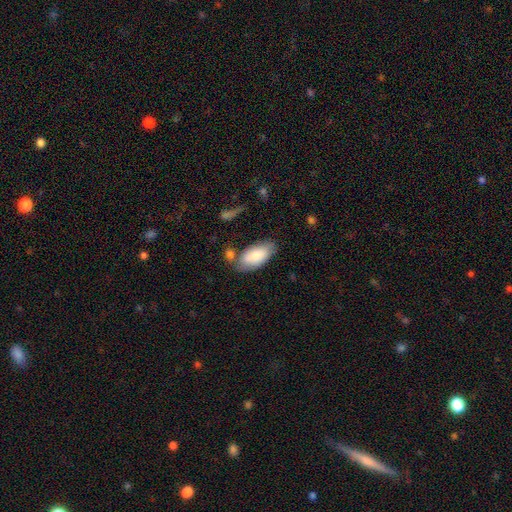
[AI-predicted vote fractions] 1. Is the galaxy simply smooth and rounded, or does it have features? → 76% smooth, 18% featured or disk, 6% star or artifact.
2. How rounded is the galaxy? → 93% in between, 4% cigar-shaped, 3% round.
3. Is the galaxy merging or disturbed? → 64% none, 18% minor disturbance, 12% merger, 5% major disturbance.